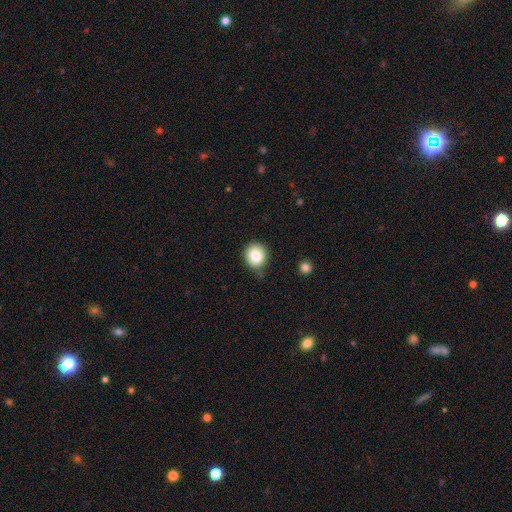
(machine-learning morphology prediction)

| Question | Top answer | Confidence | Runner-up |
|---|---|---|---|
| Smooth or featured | smooth | 84% | star or artifact (9%) |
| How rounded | round | 86% | in between (13%) |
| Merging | none | 76% | minor disturbance (18%) |